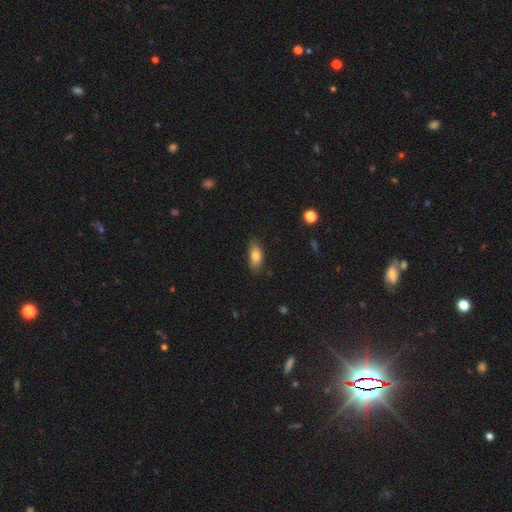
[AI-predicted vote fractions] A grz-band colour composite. It shows a smooth galaxy with no disk features (77%) that is in between round and cigar-shaped (83%). Merging: none (80%).